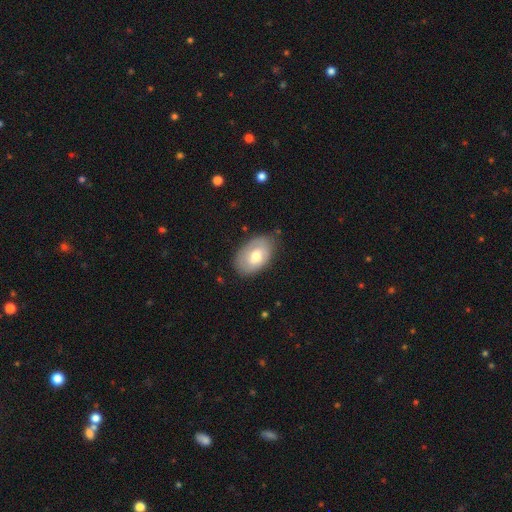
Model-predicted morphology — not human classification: Smooth or featured? smooth (61%)
How rounded? in between (91%)
Merging? none (72%)